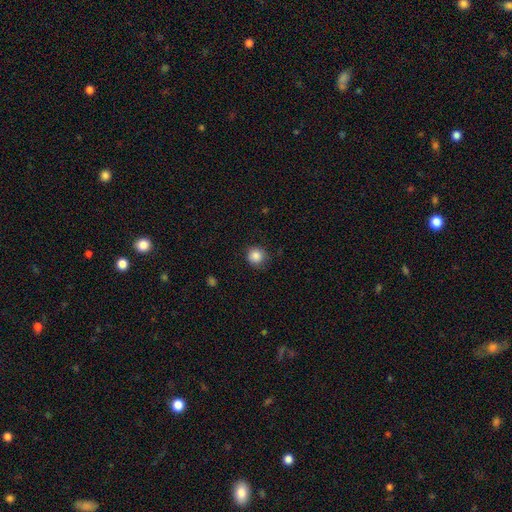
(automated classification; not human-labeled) smooth_or_featured: smooth (p=0.86) [alt: star or artifact p=0.10]
how_rounded: round (p=0.92) [alt: in between p=0.07]
merging: none (p=0.83) [alt: minor disturbance p=0.13]